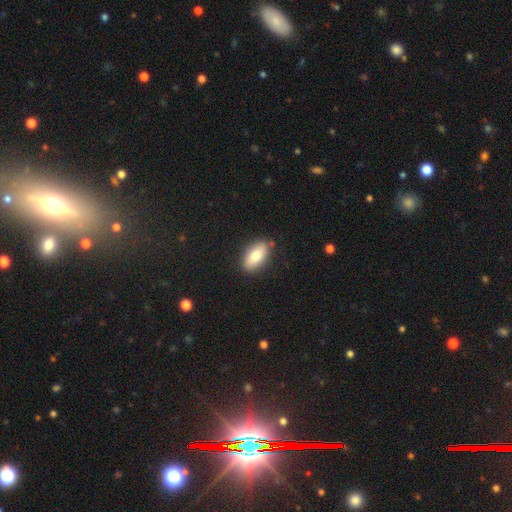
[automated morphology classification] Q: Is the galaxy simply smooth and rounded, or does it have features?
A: smooth — 79%.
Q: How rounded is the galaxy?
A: in between — 91%.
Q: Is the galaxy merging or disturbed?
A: none — 86%.